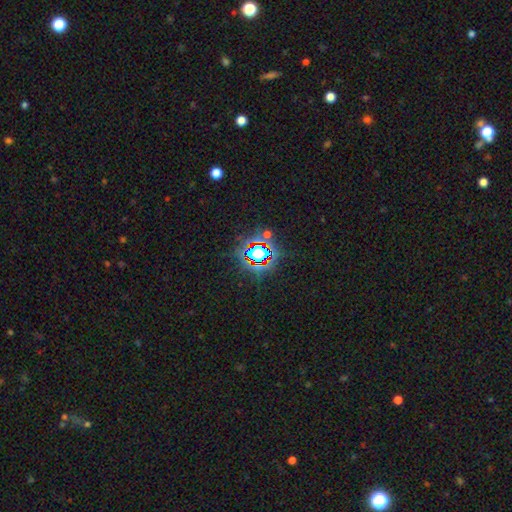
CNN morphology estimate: Q: Smooth or featured?
A: star or artifact (73%); runner-up: smooth (16%)